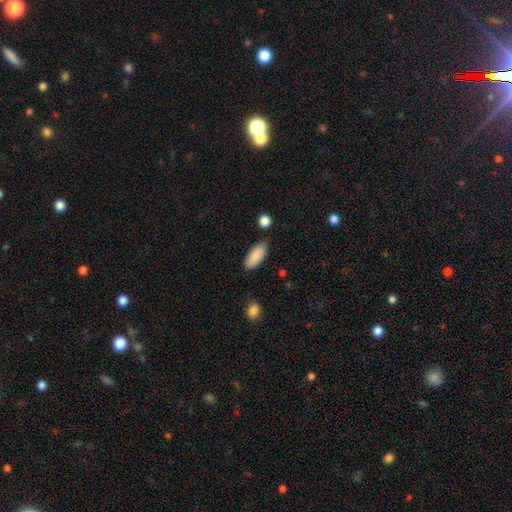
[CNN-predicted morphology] The model was most divided on "merging": none: 82%, minor disturbance: 13%, merger: 3%, major disturbance: 3%. More confident: smooth or featured — smooth (88%); how rounded — in between (84%).